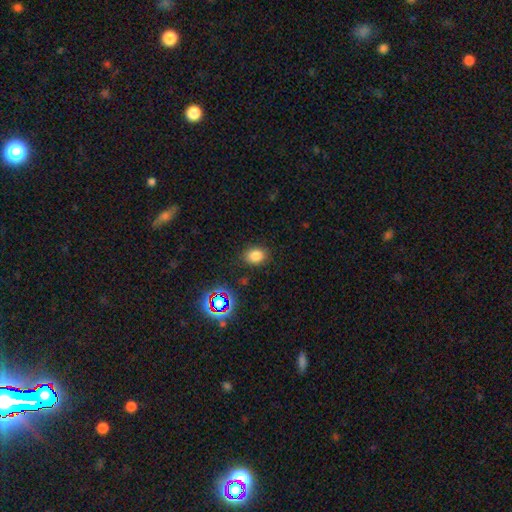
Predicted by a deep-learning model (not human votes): Smooth or featured?
  - smooth: 78% *
  - star or artifact: 16%
  - featured or disk: 6%
How rounded?
  - in between: 57% *
  - round: 42%
  - cigar-shaped: 1%
Merging?
  - none: 85% *
  - minor disturbance: 10%
  - major disturbance: 3%
  - merger: 2%